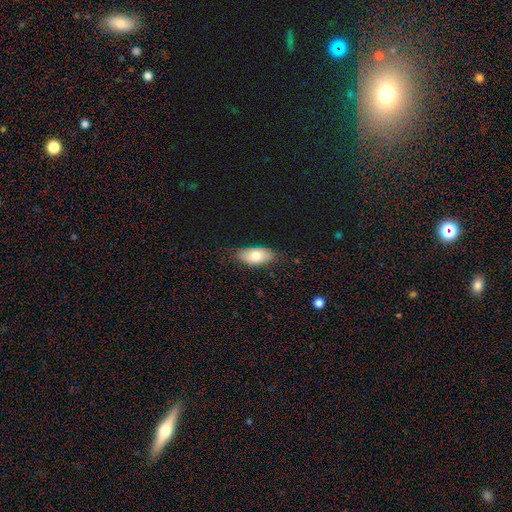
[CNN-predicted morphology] smooth 75%, featured or disk 18%, star or artifact 7%. Down the decision tree: how rounded — in between (90%); merging — none (79%).